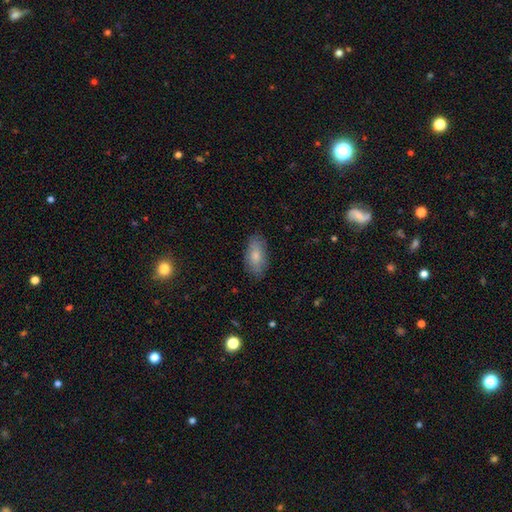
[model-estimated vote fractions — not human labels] Smooth or featured: smooth — 80% (featured or disk — 14%)
How rounded: in between — 91% (cigar-shaped — 6%)
Merging: none — 83% (minor disturbance — 13%)